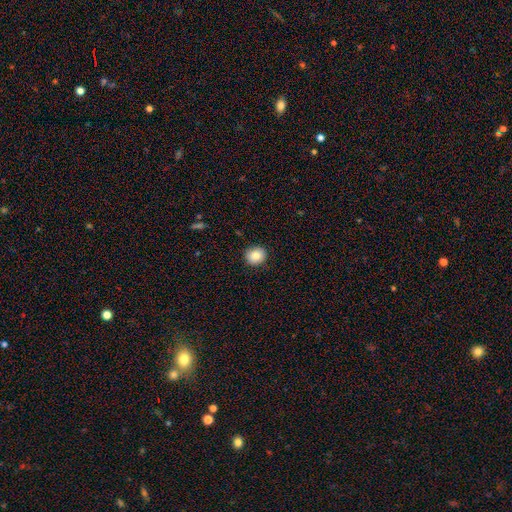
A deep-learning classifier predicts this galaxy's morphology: smooth_or_featured: smooth (p=0.84) [alt: star or artifact p=0.09]
how_rounded: round (p=0.85) [alt: in between p=0.14]
merging: none (p=0.91) [alt: minor disturbance p=0.07]